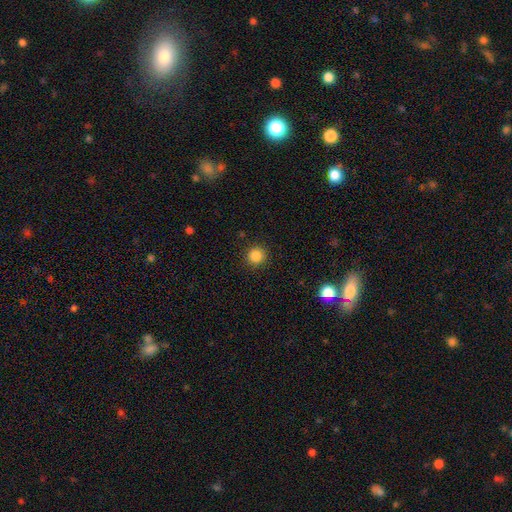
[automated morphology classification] Smooth or featured? Predicted: smooth (p=0.86). How rounded? Predicted: round (p=0.94). Merging? Predicted: none (p=0.90).